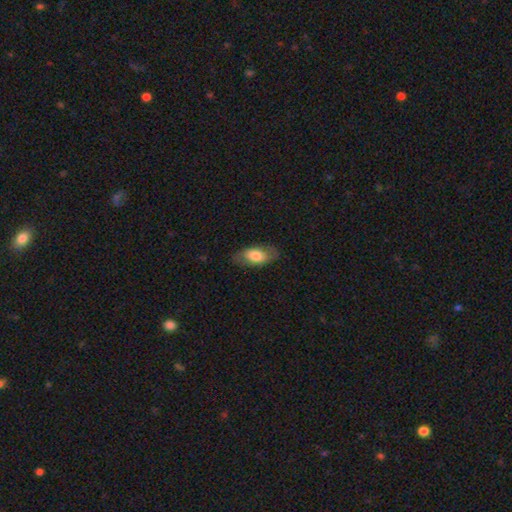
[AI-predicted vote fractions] Overall: smooth (69%). How rounded: in between (89%). Merging: none (78%).